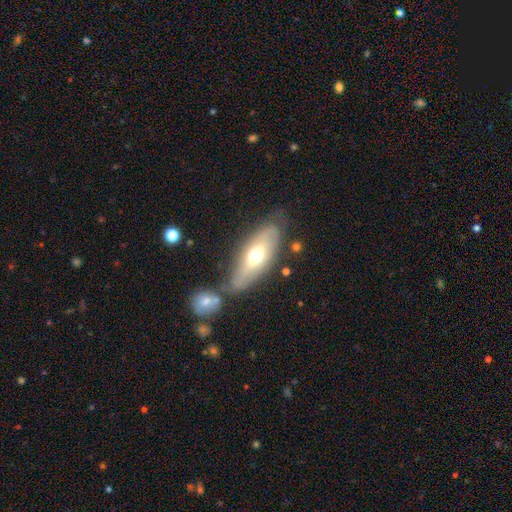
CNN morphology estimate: A featured or disk galaxy (50%).

Vote fractions:
- Smooth or featured? featured or disk: 50% / smooth: 44% / star or artifact: 6%
- Edge-on disk? no: 61% / yes: 39%
- Merging? none: 62% / minor disturbance: 20% / merger: 11% / major disturbance: 7%